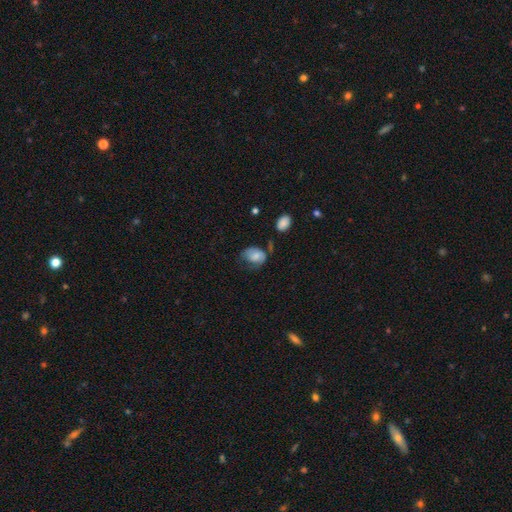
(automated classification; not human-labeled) smooth 67%, featured or disk 25%, star or artifact 8%. Down the decision tree: how rounded — in between (67%); merging — minor disturbance (33%).